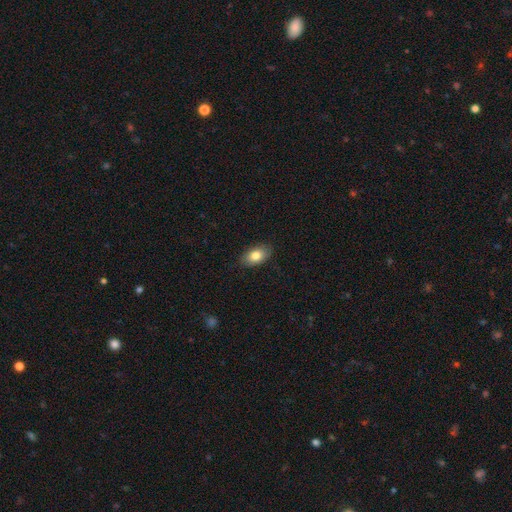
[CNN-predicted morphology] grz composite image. It shows a smooth galaxy with no disk features (81%) that is in between round and cigar-shaped (91%). Merging: none (86%).